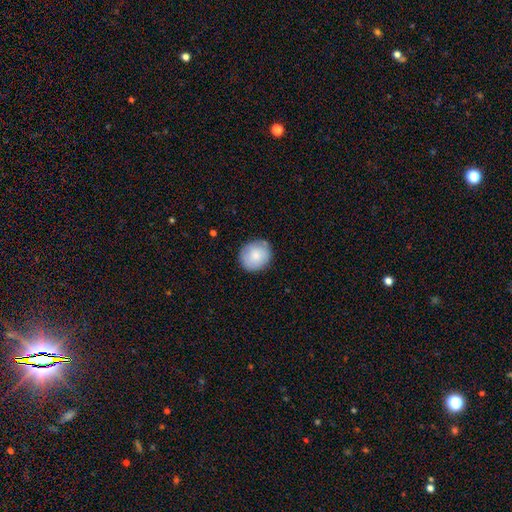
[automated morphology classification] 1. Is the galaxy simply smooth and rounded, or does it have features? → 80% smooth, 13% featured or disk, 7% star or artifact.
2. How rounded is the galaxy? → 79% round, 21% in between, 1% cigar-shaped.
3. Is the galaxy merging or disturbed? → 81% none, 15% minor disturbance, 3% major disturbance, 1% merger.